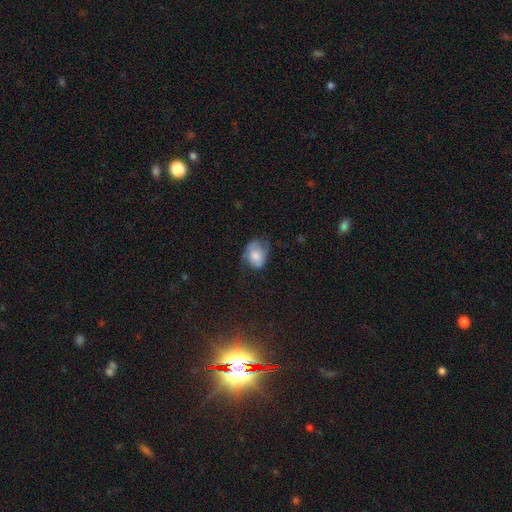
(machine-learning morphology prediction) A smooth galaxy with no disk features (57%) that is in between round and cigar-shaped (69%). Merging: none (46%).